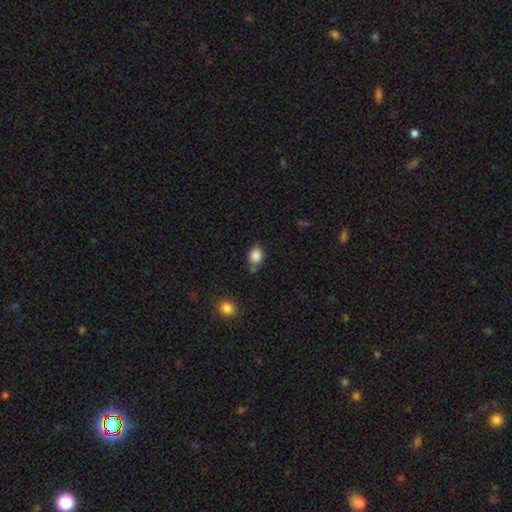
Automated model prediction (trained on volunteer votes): smooth_or_featured: smooth (p=0.87) [alt: star or artifact p=0.09]
how_rounded: in between (p=0.60) [alt: round p=0.38]
merging: none (p=0.64) [alt: minor disturbance p=0.20]